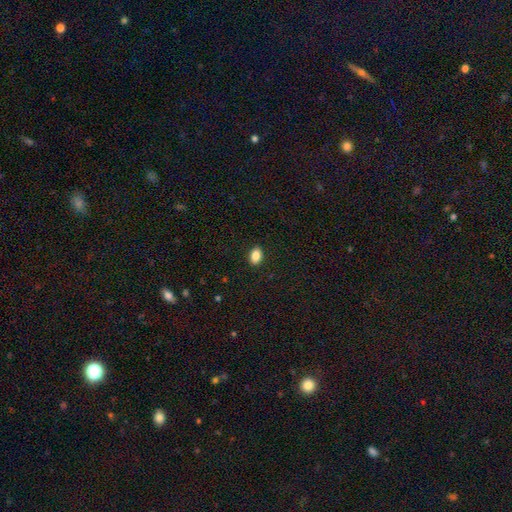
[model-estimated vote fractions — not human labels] Overall: smooth (87%). How rounded: in between (86%). Merging: none (90%).